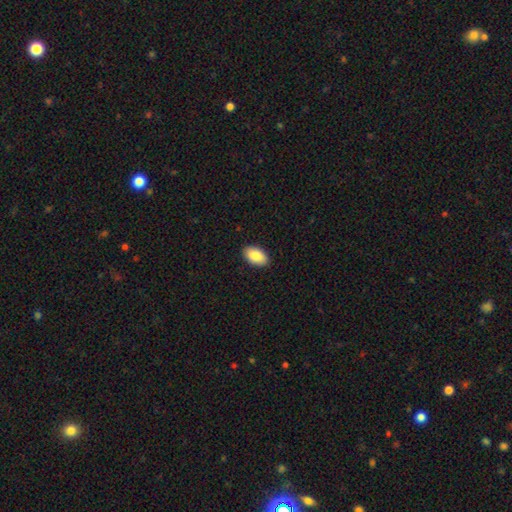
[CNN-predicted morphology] The model was most divided on "smooth or featured": smooth: 88%, star or artifact: 6%, featured or disk: 6%. More confident: how rounded — in between (94%); merging — none (90%).